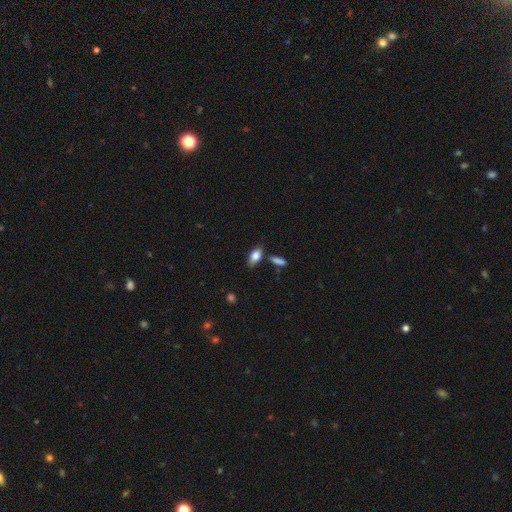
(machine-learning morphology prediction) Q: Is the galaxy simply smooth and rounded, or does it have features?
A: smooth — 82%.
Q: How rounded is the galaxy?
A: in between — 89%.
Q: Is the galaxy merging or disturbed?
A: none — 72%.